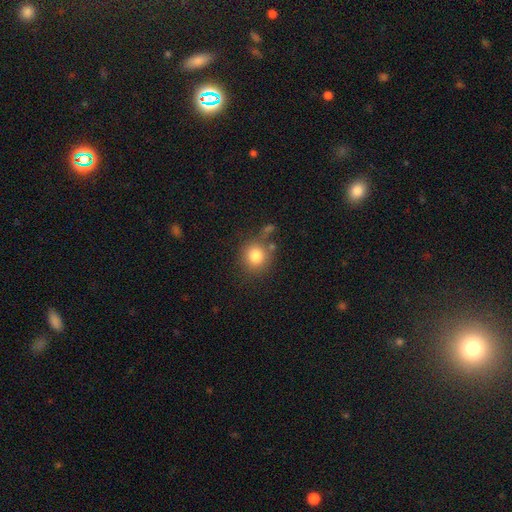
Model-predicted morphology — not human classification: Smooth or featured? smooth (81%)
How rounded? round (89%)
Merging? none (72%)